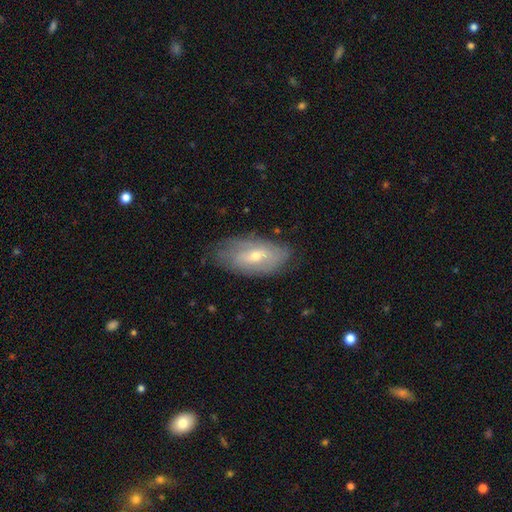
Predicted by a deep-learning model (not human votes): The model was most divided on "bar": no: 43%, weak: 42%, strong: 15%. Remaining: edge-on disk — no (86%); merging — none (71%); spiral arms — yes (67%); smooth or featured — featured or disk (59%); bulge size — small (50%).